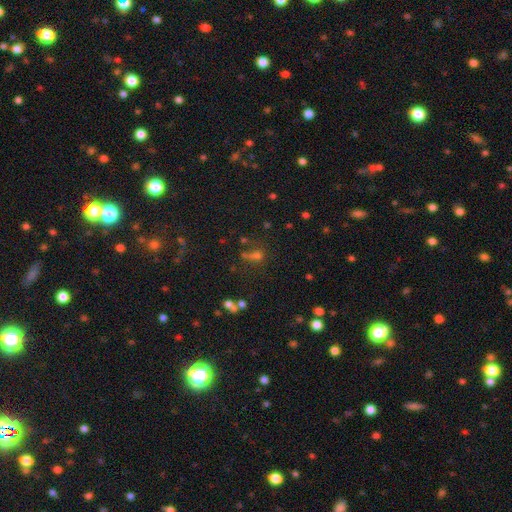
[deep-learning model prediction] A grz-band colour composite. It shows a smooth galaxy with no disk features (46%). Merging: none (58%).